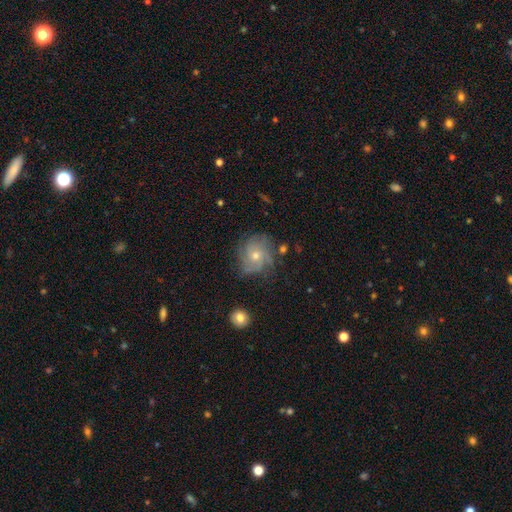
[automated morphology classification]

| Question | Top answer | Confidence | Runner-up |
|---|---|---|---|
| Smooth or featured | featured or disk | 72% | smooth (16%) |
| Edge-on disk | no | 97% | yes (3%) |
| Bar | no | 80% | weak (17%) |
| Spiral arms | yes | 93% | no (7%) |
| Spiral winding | tight | 56% | medium (33%) |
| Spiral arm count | can't tell | 31% | 3 (27%) |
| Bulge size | moderate | 49% | small (47%) |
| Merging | none | 74% | minor disturbance (17%) |